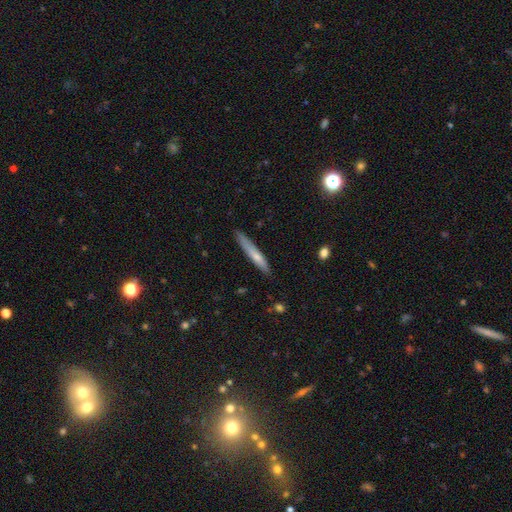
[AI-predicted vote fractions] This is likely a smooth galaxy (63%). How rounded: clearly cigar-shaped (94%). Merging: clearly none (81%).